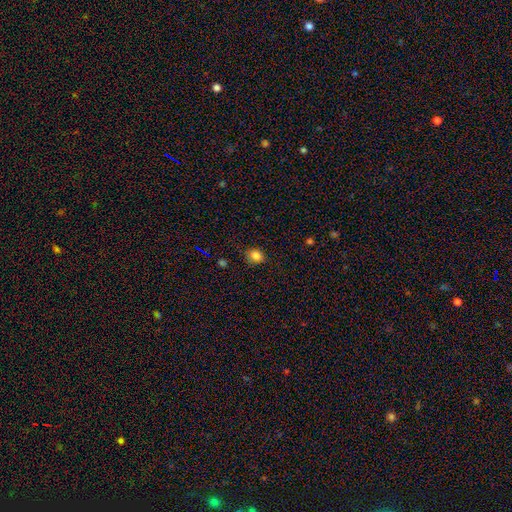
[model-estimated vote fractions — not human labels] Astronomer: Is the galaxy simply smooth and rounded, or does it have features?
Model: smooth — 82%.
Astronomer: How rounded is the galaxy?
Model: round — 62%.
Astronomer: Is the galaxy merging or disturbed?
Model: none — 83%.